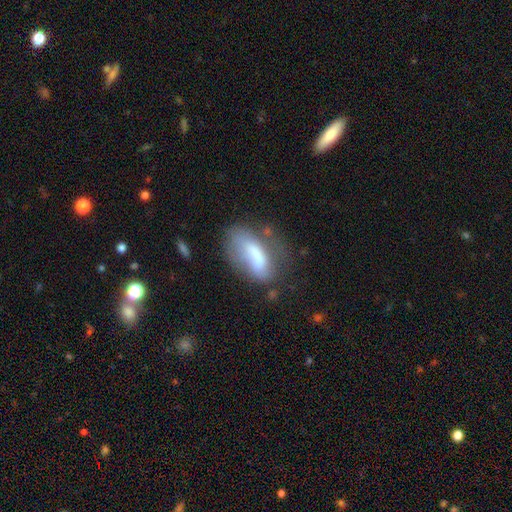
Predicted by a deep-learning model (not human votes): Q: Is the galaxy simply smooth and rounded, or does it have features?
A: smooth — 60%.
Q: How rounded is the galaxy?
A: in between — 78%.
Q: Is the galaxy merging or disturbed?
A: none — 36%.